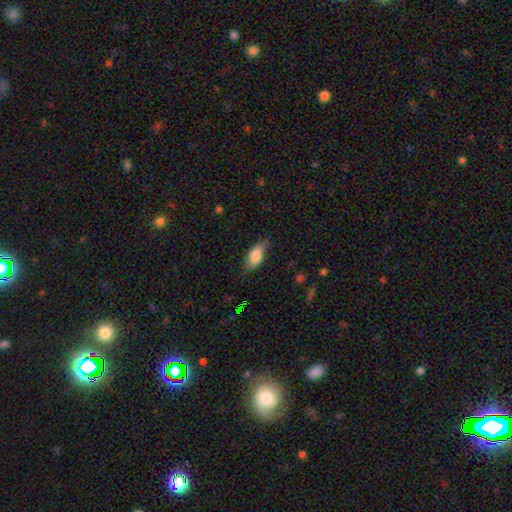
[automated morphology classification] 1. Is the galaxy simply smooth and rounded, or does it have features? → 78% smooth, 15% featured or disk, 7% star or artifact.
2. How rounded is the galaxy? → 87% in between, 9% cigar-shaped, 4% round.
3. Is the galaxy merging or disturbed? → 69% none, 24% minor disturbance, 5% major disturbance, 1% merger.